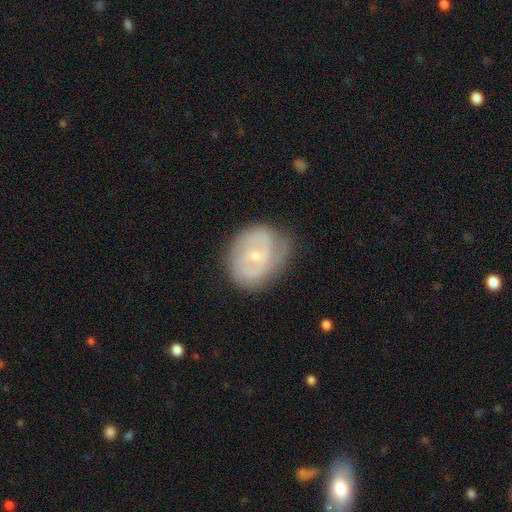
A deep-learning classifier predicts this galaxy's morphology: Smooth or featured? Predicted: featured or disk (p=0.61). Edge-on disk? Predicted: no (p=0.97). Bar? Predicted: no (p=0.54). Spiral arms? Predicted: yes (p=0.72). Bulge size? Predicted: small (p=0.67). Merging? Predicted: none (p=0.63).